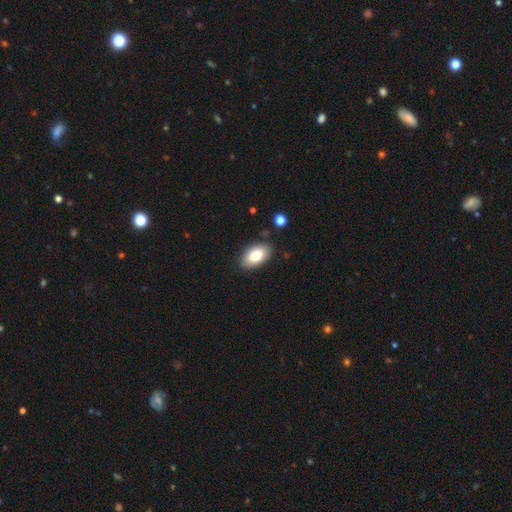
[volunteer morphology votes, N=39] Smooth or featured?
  - smooth: 90% *
  - featured or disk: 5%
  - star or artifact: 5%
How rounded?
  - in between: 94% *
  - round: 3%
  - cigar-shaped: 3%
Merging?
  - none: 89% *
  - minor disturbance: 11%
  - major disturbance: 0%
  - merger: 0%